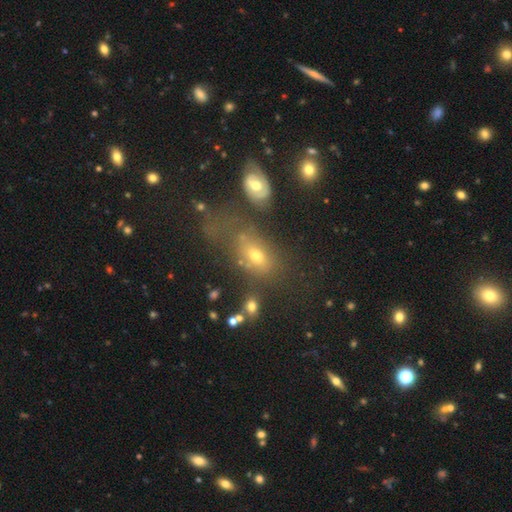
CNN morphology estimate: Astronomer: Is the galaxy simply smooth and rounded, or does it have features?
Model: smooth — 59%.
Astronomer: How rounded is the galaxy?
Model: in between — 83%.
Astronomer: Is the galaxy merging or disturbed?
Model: none — 37% (runner-up: major disturbance, 23%).